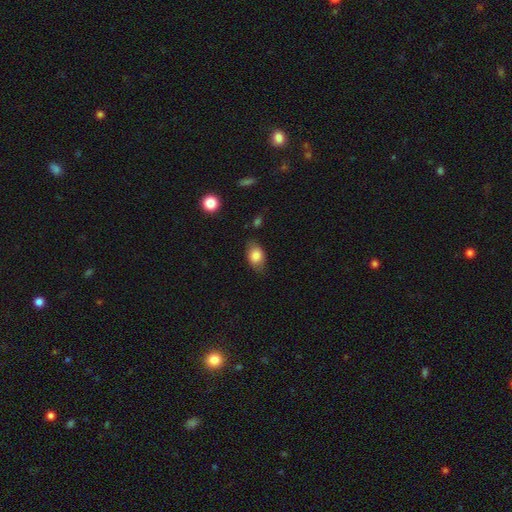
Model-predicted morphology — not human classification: Smooth or featured? Predicted: smooth (p=0.81). How rounded? Predicted: in between (p=0.86). Merging? Predicted: none (p=0.75).